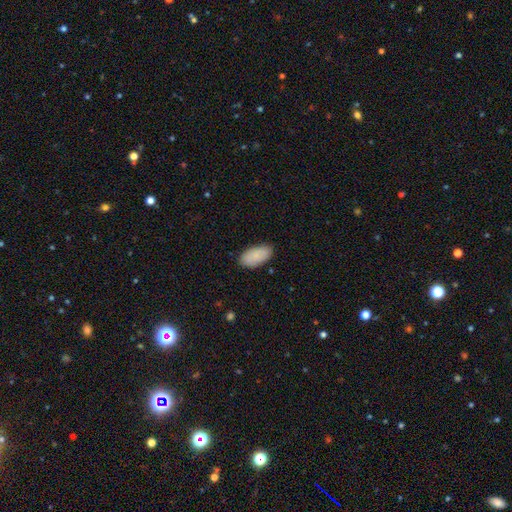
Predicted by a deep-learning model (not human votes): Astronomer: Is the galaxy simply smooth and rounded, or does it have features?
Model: smooth — 87%.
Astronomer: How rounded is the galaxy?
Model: in between — 95%.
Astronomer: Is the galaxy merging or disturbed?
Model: none — 85%.